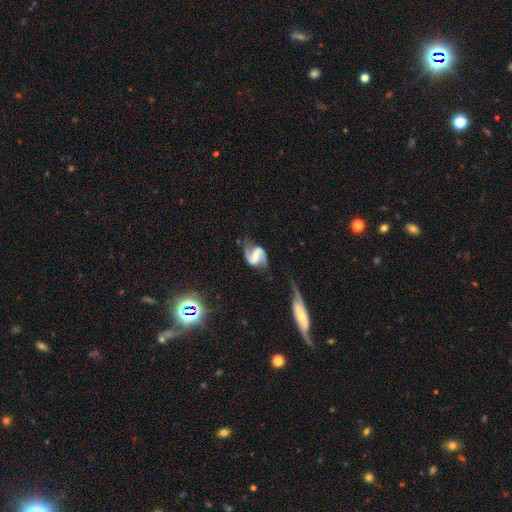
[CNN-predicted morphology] A featured or disk galaxy (91%) with a strong bar (40%, tied with weak), 2 (94%) medium (49%) spiral arms (98%) and no central bulge (44%).

Vote fractions:
- Smooth or featured? featured or disk: 91% / star or artifact: 5% / smooth: 5%
- Edge-on disk? no: 98% / yes: 2%
- Bar? strong: 40% (tied) / weak: 40% (tied) / no: 20%
- Spiral arms? yes: 98% / no: 2%
- Spiral winding? medium: 49% / loose: 38% / tight: 14%
- Spiral arm count? 2: 94% / can't tell: 2% / 1: 1% / 3: 1% / 4: 1% / more than 4: 1%
- Bulge size? none: 44% / small: 29% / moderate: 19% / large: 6% / dominant: 2%
- Merging? none: 71% / minor disturbance: 17% / major disturbance: 8% / merger: 4%